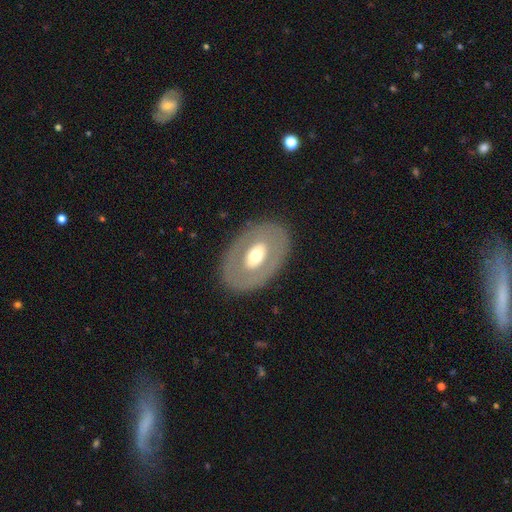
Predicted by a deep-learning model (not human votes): The model was most divided on "smooth or featured": featured or disk: 59%, smooth: 35%, star or artifact: 6%. More confident: edge-on disk — no (90%); spiral arms — no (84%); merging — none (84%); bulge size — moderate (71%); bar — no (63%).